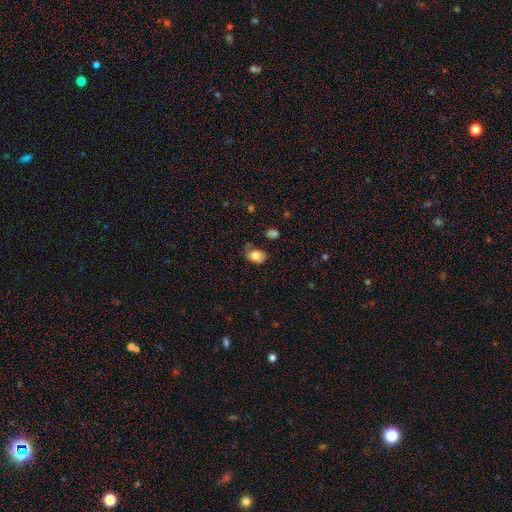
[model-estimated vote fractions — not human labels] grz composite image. It shows a smooth galaxy with no disk features (80%) that is in between round and cigar-shaped (67%). Merging: none (59%).